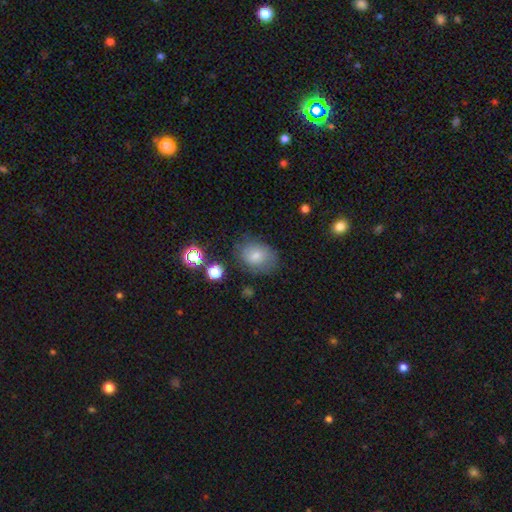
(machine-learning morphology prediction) Smooth or featured? Predicted: smooth (p=0.76). How rounded? Predicted: in between (p=0.67). Merging? Predicted: none (p=0.66).